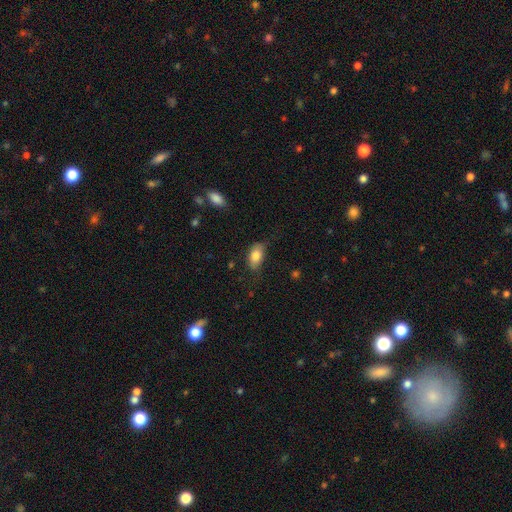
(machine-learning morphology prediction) type=smooth (82%); roundness=in between (90%); merging=none (60%).